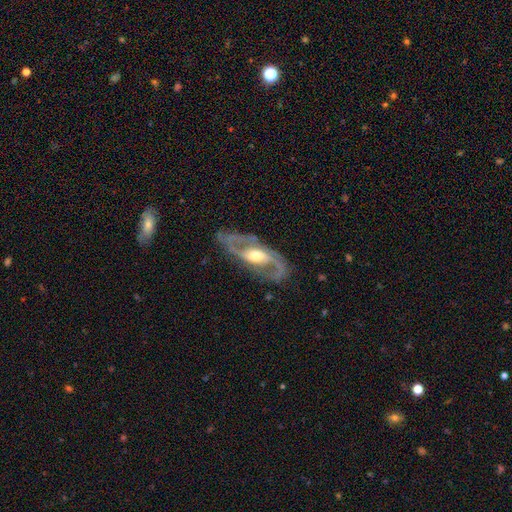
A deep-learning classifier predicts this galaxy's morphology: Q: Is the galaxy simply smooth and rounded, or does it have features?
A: featured or disk — 91%.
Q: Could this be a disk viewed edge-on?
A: no — 94%.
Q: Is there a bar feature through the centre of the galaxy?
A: weak — 40%.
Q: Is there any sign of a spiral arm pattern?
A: yes — 96%.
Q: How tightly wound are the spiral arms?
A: medium — 56%.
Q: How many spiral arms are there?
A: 2 — 92%.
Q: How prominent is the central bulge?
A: moderate — 68%.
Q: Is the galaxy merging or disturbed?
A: none — 79%.